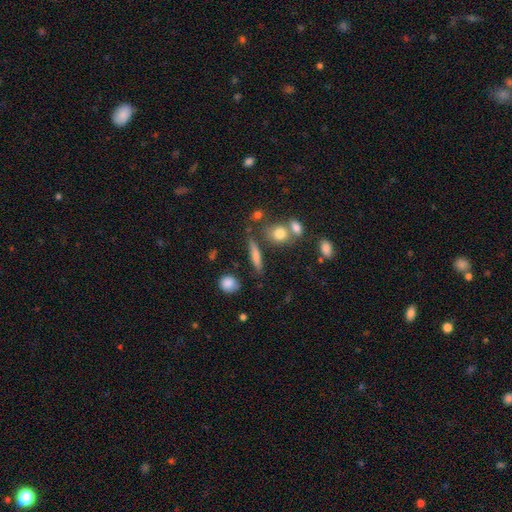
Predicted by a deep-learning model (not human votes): smooth_or_featured: smooth (p=0.66) [alt: featured or disk p=0.24]
how_rounded: cigar-shaped (p=0.76) [alt: in between p=0.17]
merging: none (p=0.74) [alt: minor disturbance p=0.13]